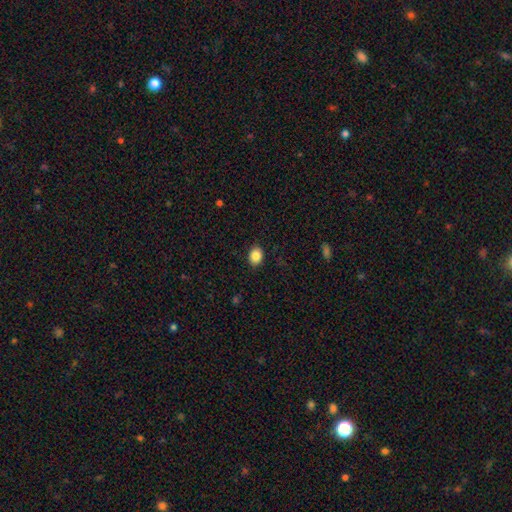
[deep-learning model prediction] Smooth or featured? Predicted: smooth (p=0.87). How rounded? Predicted: in between (p=0.63). Merging? Predicted: none (p=0.89).